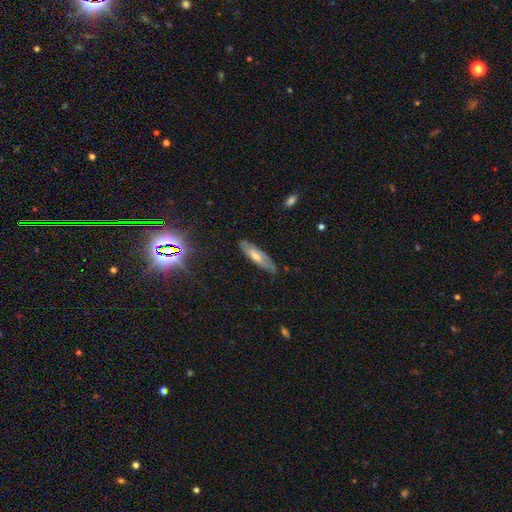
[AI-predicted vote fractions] Overall: featured or disk (50%; smooth 36%). Edge-on disk: no (56%; yes 44%). Merging: none (77%).